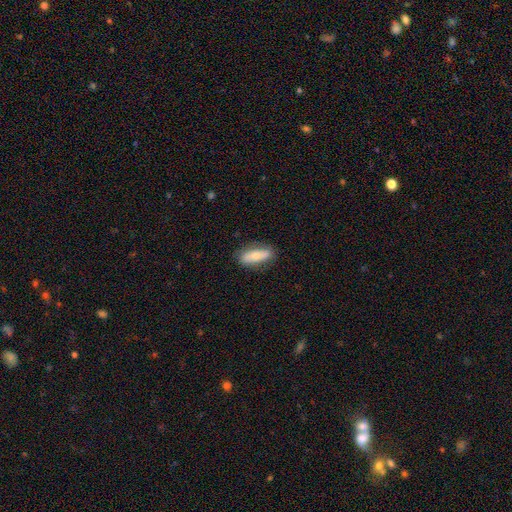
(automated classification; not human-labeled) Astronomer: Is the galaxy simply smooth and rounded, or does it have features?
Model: smooth — 66%.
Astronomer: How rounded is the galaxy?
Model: in between — 67%.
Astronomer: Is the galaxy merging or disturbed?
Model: none — 82%.